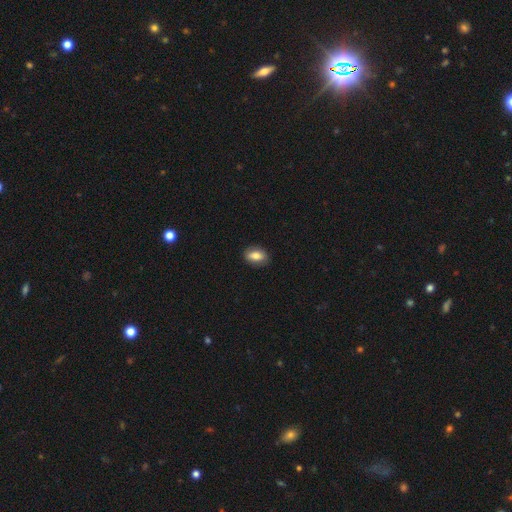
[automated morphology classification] Smooth or featured?
  - smooth: 79% *
  - featured or disk: 14%
  - star or artifact: 8%
How rounded?
  - in between: 85% *
  - round: 12%
  - cigar-shaped: 3%
Merging?
  - none: 85% *
  - minor disturbance: 11%
  - major disturbance: 2%
  - merger: 1%